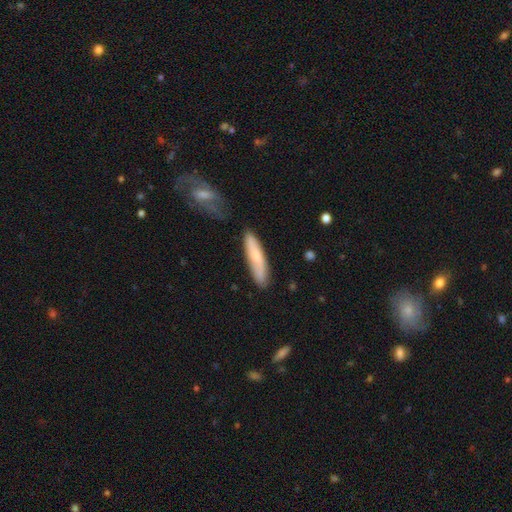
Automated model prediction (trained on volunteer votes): A smooth galaxy with no disk features (67%) that is cigar-shaped (79%). Merging: none (75%).